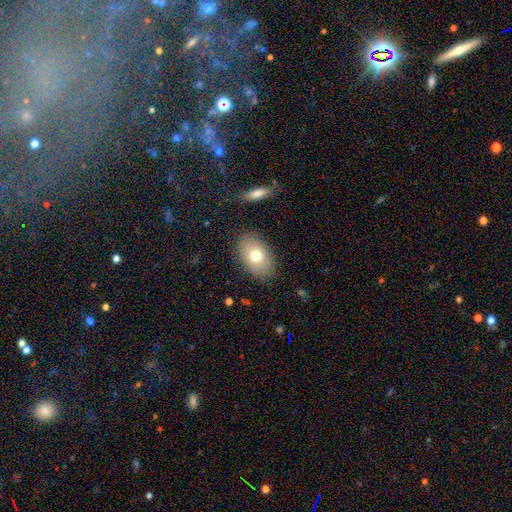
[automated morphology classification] A smooth galaxy with no disk features (72%) that is in between round and cigar-shaped (85%). Merging: none (85%).